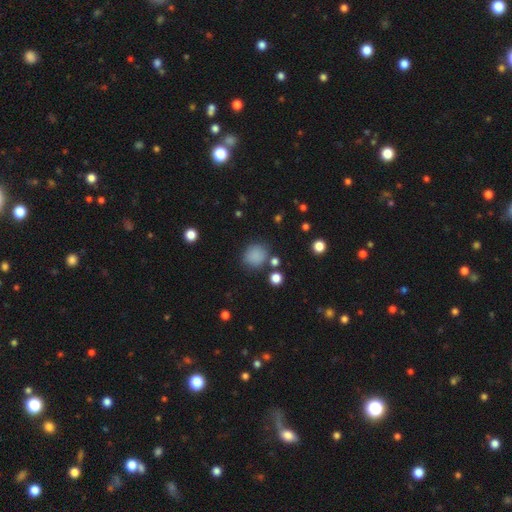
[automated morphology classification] Smooth or featured? smooth (83%)
How rounded? round (80%)
Merging? none (78%)